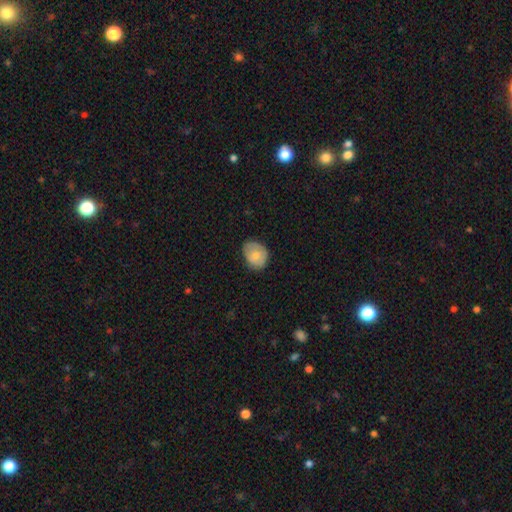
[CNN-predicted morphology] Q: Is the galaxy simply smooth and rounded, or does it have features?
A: smooth — 73%.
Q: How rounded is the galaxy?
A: in between — 53%.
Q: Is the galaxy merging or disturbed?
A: none — 63%.